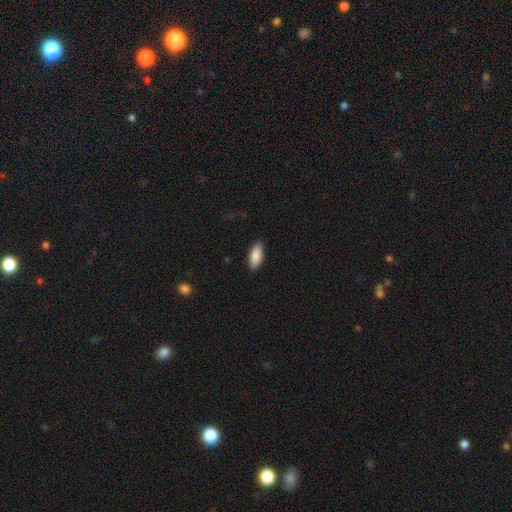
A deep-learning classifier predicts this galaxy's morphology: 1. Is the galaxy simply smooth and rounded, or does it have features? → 90% smooth, 6% star or artifact, 5% featured or disk.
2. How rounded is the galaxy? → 84% in between, 15% cigar-shaped, 2% round.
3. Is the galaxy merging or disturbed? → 88% none, 9% minor disturbance, 2% major disturbance, 1% merger.